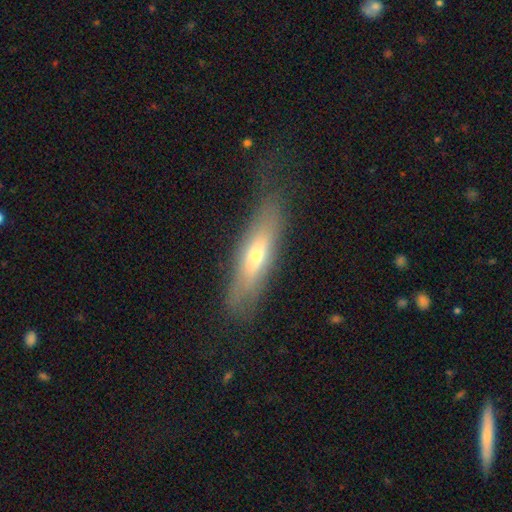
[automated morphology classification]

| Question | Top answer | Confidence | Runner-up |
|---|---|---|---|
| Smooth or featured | smooth | 52% | featured or disk (40%) |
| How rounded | cigar-shaped | 64% | in between (33%) |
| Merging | none | 69% | minor disturbance (21%) |